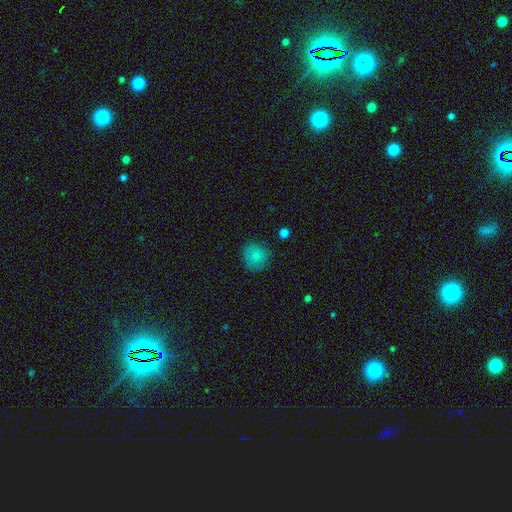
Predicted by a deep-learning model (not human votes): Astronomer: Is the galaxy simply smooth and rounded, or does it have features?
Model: smooth — 81%.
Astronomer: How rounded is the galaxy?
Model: round — 89%.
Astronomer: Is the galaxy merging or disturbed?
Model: none — 81%.